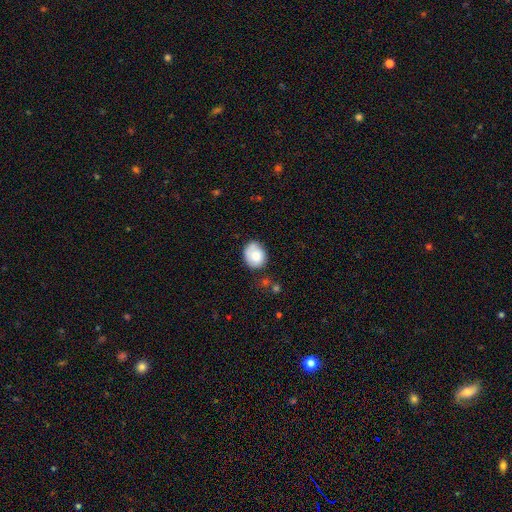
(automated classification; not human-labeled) smooth-or-featured: smooth: 73% | featured or disk: 19% | star or artifact: 8%
  how-rounded: round: 58% | in between: 41% | cigar-shaped: 1%
  merging: none: 60% | minor disturbance: 27% | major disturbance: 7% | merger: 6%